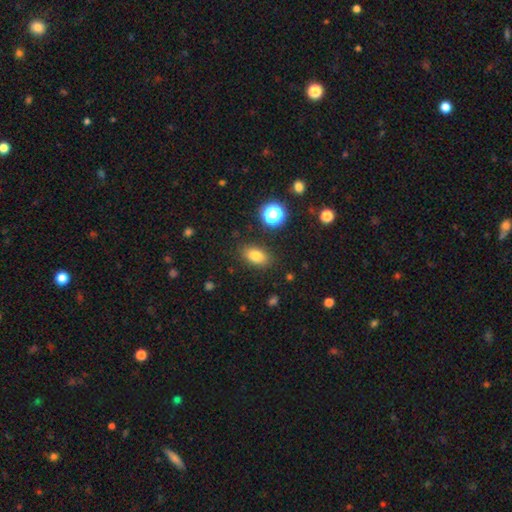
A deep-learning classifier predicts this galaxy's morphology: Smooth or featured: smooth — 79% (star or artifact — 12%)
How rounded: in between — 84% (round — 12%)
Merging: none — 86% (minor disturbance — 9%)